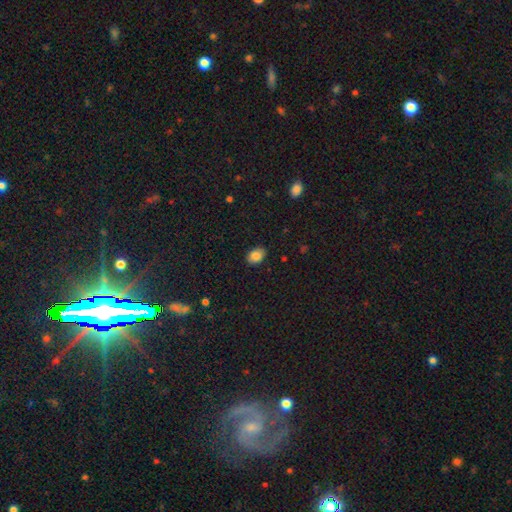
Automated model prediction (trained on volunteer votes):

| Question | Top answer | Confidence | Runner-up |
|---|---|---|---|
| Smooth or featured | smooth | 85% | star or artifact (9%) |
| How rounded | in between | 78% | round (21%) |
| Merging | none | 86% | minor disturbance (11%) |